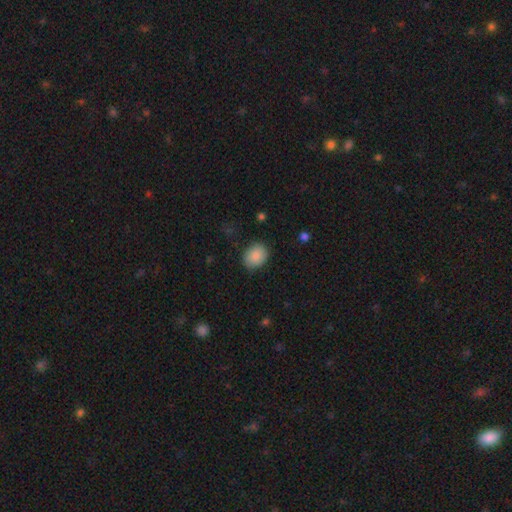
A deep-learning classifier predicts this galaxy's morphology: smooth-or-featured: smooth: 87% | star or artifact: 8% | featured or disk: 5%
  how-rounded: in between: 52% | round: 47% | cigar-shaped: 1%
  merging: none: 83% | minor disturbance: 13% | major disturbance: 3% | merger: 1%